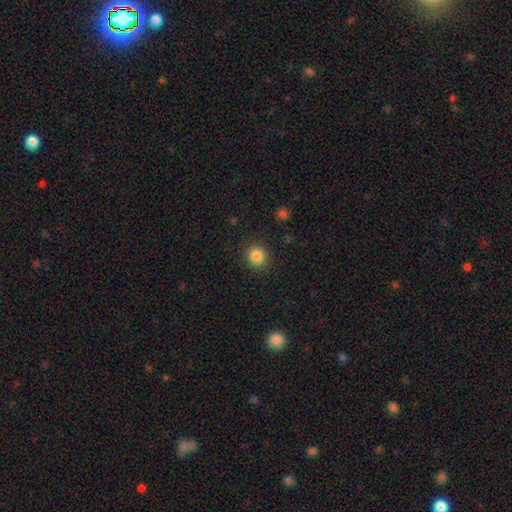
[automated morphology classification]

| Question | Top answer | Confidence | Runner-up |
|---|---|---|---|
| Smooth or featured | smooth | 85% | star or artifact (11%) |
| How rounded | round | 86% | in between (13%) |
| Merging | none | 89% | minor disturbance (7%) |